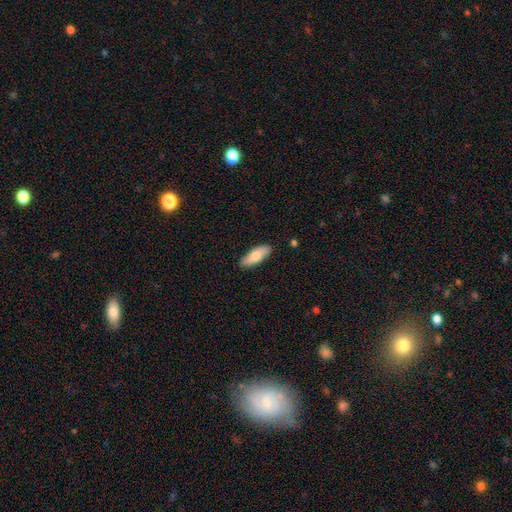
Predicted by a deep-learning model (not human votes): smooth 76%, featured or disk 18%, star or artifact 6%. Down the decision tree: how rounded — in between (62%); merging — none (87%).